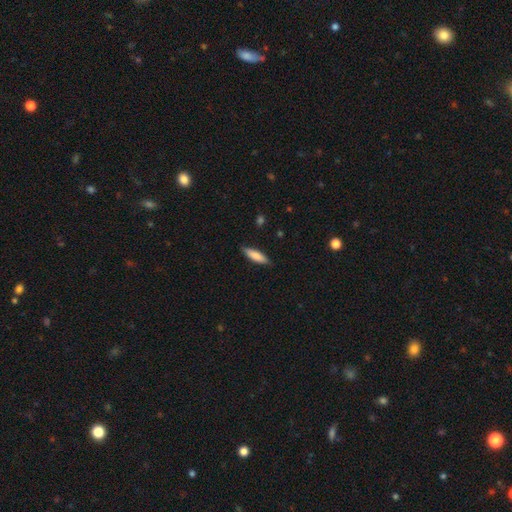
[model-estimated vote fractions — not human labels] This appears to be a smooth galaxy with no disk features (77%) that is cigar-shaped (65%). Merging: none (86%).